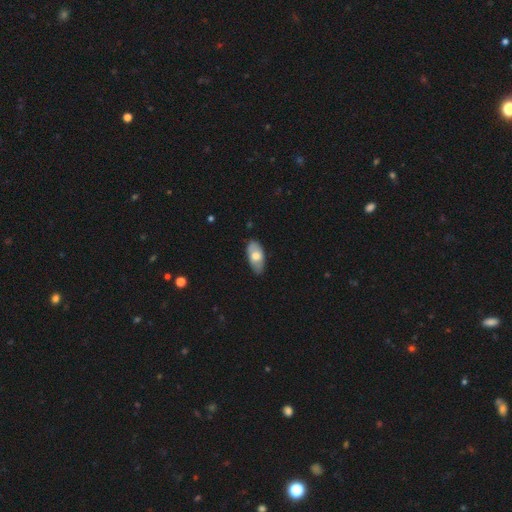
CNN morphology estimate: Overall: smooth (63%; featured or disk 31%). How rounded: in between (92%). Merging: none (79%).